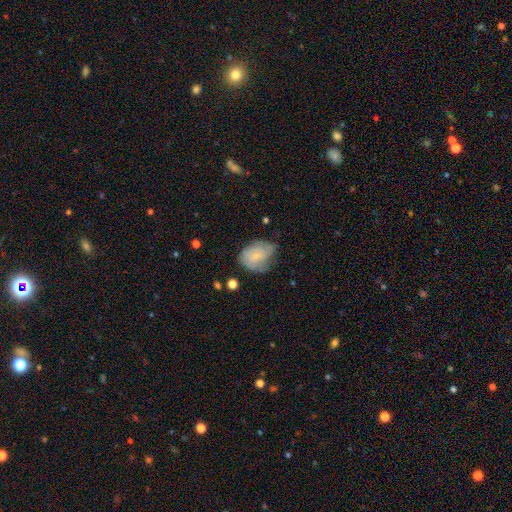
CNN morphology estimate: Smooth or featured? smooth (60%)
How rounded? in between (63%)
Merging? none (47%)